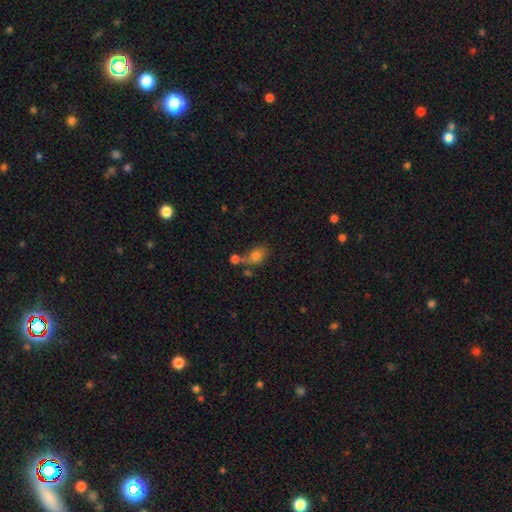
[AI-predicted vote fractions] Smooth or featured: smooth — 75% (star or artifact — 14%)
How rounded: in between — 71% (round — 27%)
Merging: none — 40% (merger — 31%)